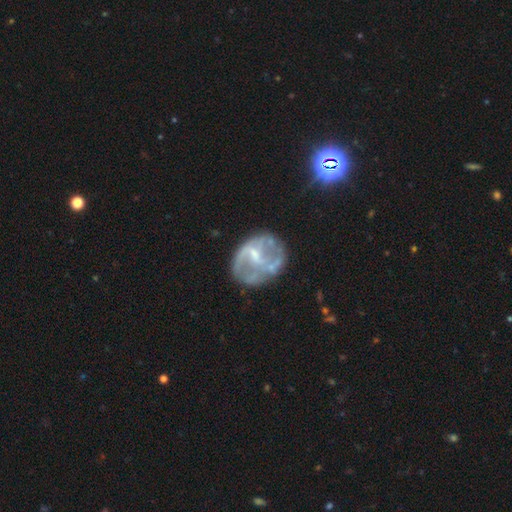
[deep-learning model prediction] Smooth or featured: featured or disk — 73% (smooth — 19%)
Edge-on disk: no — 98% (yes — 2%)
Bar: weak — 45% (no — 40%)
Spiral arms: yes — 52% (no — 48%)
Bulge size: small — 40% (moderate — 32%)
Merging: none — 50% (major disturbance — 23%)